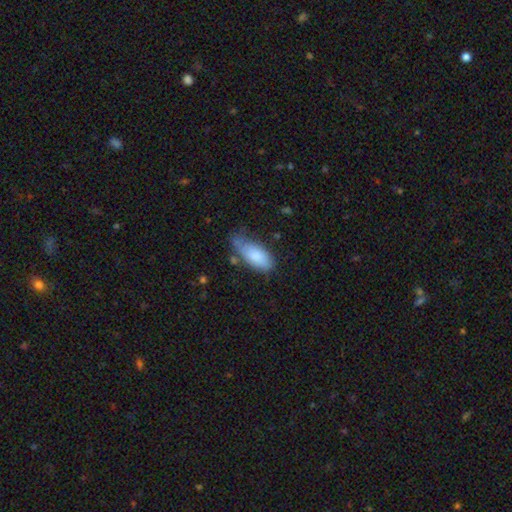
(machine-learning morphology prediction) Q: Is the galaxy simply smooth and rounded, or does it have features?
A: smooth — 83%.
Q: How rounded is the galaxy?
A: in between — 88%.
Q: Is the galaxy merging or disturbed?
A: none — 45%.